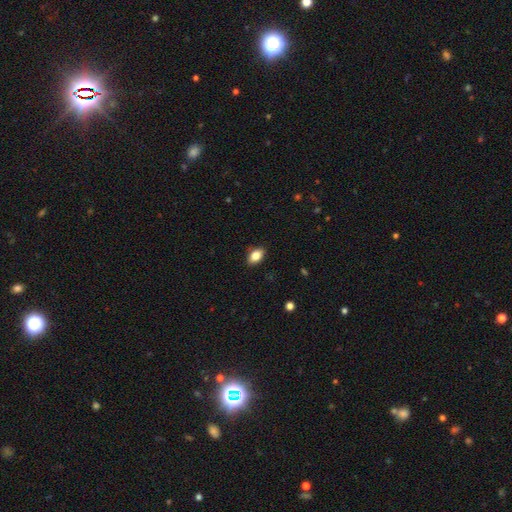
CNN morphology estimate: smooth-or-featured: smooth: 82% | featured or disk: 10% | star or artifact: 8%
  how-rounded: in between: 88% | round: 10% | cigar-shaped: 3%
  merging: none: 87% | minor disturbance: 10% | major disturbance: 2% | merger: 1%